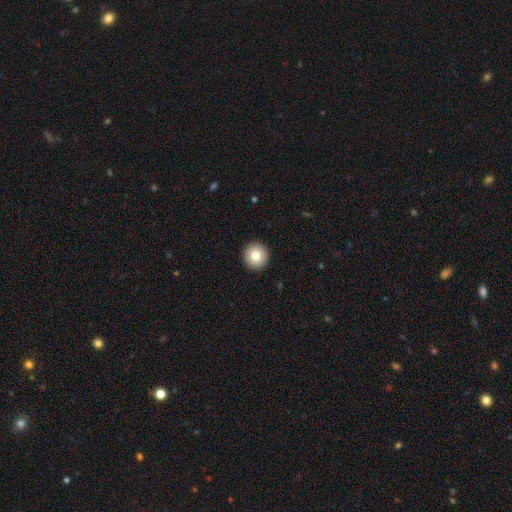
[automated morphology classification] Smooth or featured? smooth (82%)
How rounded? round (95%)
Merging? none (93%)